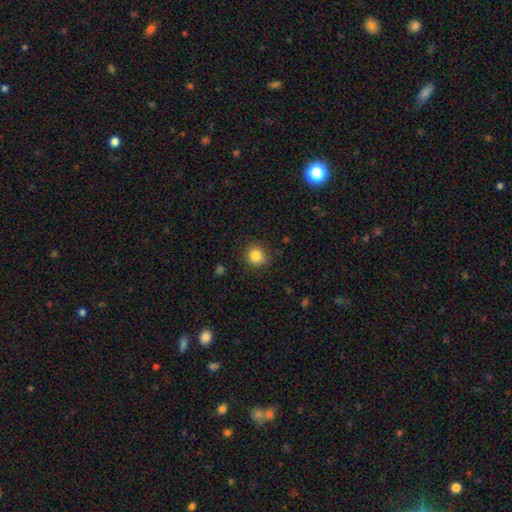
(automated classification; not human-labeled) Smooth or featured?
  - smooth: 84% *
  - star or artifact: 10%
  - featured or disk: 5%
How rounded?
  - round: 84% *
  - in between: 15%
  - cigar-shaped: 1%
Merging?
  - none: 83% *
  - minor disturbance: 13%
  - major disturbance: 3%
  - merger: 1%